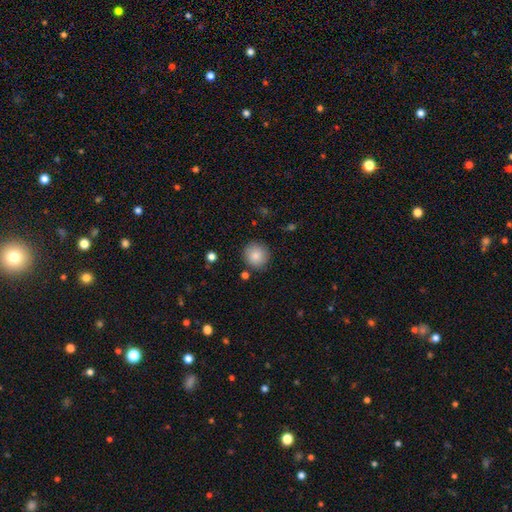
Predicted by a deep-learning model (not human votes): Smooth or featured?
  - smooth: 86% *
  - star or artifact: 8%
  - featured or disk: 6%
How rounded?
  - round: 93% *
  - in between: 6%
  - cigar-shaped: 1%
Merging?
  - none: 88% *
  - minor disturbance: 8%
  - merger: 2%
  - major disturbance: 2%